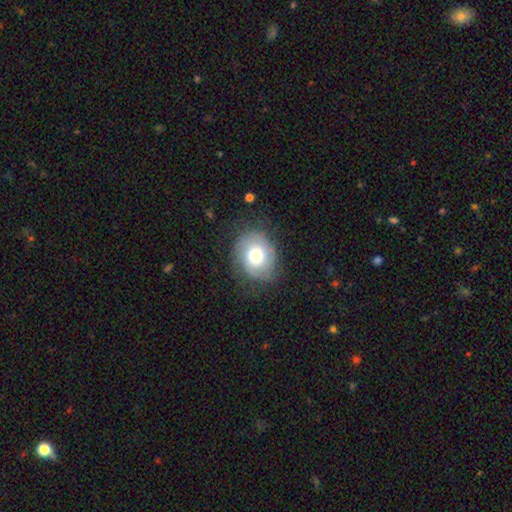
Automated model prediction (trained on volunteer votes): Smooth or featured? Predicted: smooth (p=0.56). How rounded? Predicted: round (p=0.66). Merging? Predicted: none (p=0.70).